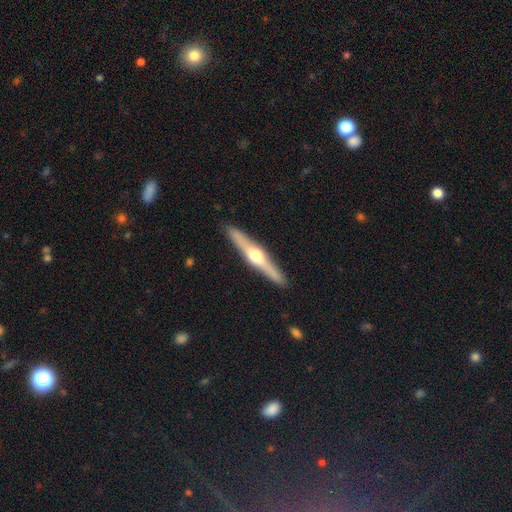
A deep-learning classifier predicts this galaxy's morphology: Q: Smooth or featured?
A: featured or disk (70%); runner-up: smooth (25%)
Q: Edge-on disk?
A: yes (97%); runner-up: no (3%)
Q: Edge-on bulge?
A: rounded (93%); runner-up: boxy (4%)
Q: Merging?
A: none (91%); runner-up: minor disturbance (7%)